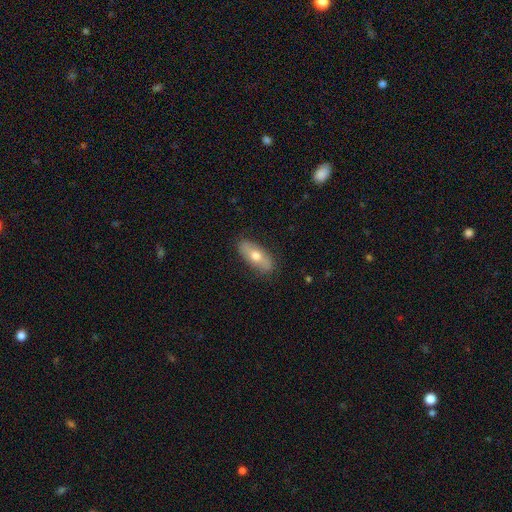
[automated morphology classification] smooth-or-featured: smooth: 61% | featured or disk: 33% | star or artifact: 6%
  how-rounded: in between: 80% | cigar-shaped: 16% | round: 4%
  merging: none: 85% | minor disturbance: 12% | major disturbance: 2% | merger: 1%